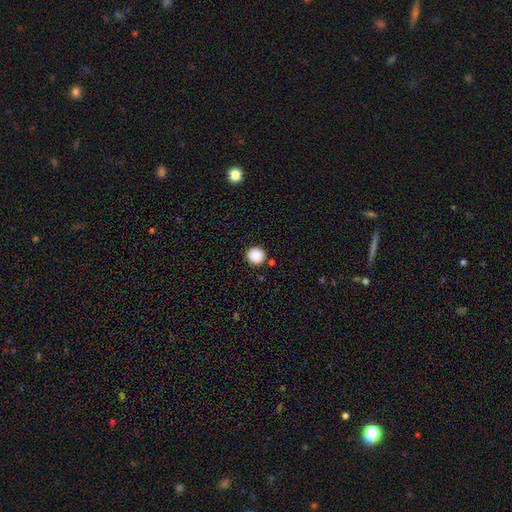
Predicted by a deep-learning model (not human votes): smooth-or-featured: smooth: 87% | star or artifact: 9% | featured or disk: 3%
  how-rounded: round: 94% | in between: 5% | cigar-shaped: 1%
  merging: none: 85% | minor disturbance: 9% | merger: 4% | major disturbance: 3%